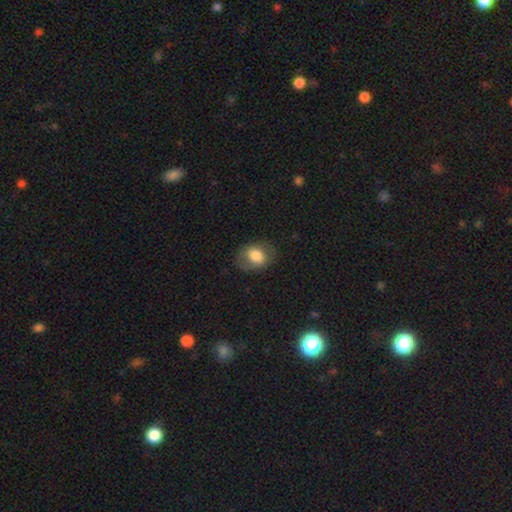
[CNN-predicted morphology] smooth-or-featured: smooth: 74% | featured or disk: 19% | star or artifact: 7%
  how-rounded: in between: 66% | round: 33% | cigar-shaped: 1%
  merging: none: 76% | minor disturbance: 16% | major disturbance: 7% | merger: 1%